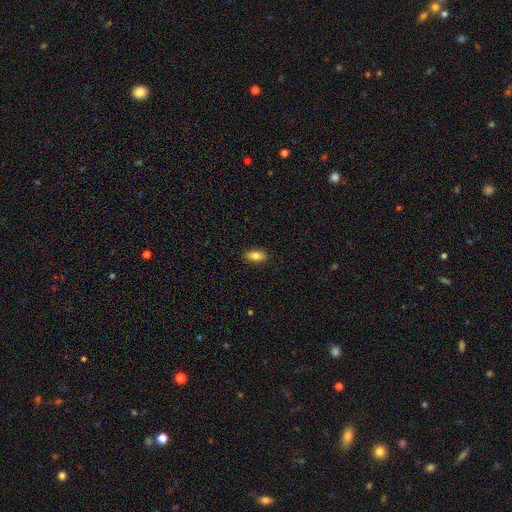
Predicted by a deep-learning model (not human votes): Q: Smooth or featured?
A: smooth (79%); runner-up: featured or disk (13%)
Q: How rounded?
A: in between (84%); runner-up: cigar-shaped (12%)
Q: Merging?
A: none (88%); runner-up: minor disturbance (9%)